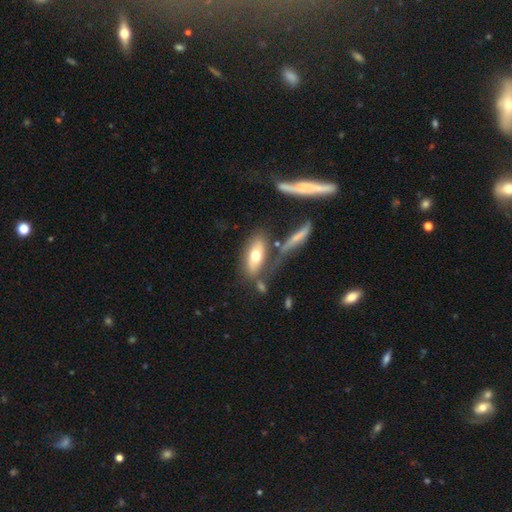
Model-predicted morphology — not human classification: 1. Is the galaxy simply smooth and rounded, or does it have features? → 64% smooth, 29% featured or disk, 7% star or artifact.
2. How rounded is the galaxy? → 80% in between, 16% cigar-shaped, 3% round.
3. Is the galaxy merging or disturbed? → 53% none, 21% merger, 16% minor disturbance, 9% major disturbance.